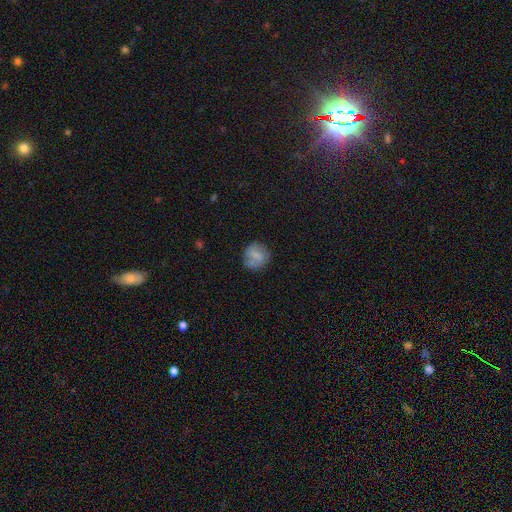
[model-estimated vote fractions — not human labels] Smooth or featured?
  - smooth: 61% *
  - featured or disk: 31%
  - star or artifact: 8%
How rounded?
  - round: 86% *
  - in between: 13%
  - cigar-shaped: 1%
Merging?
  - none: 78% *
  - minor disturbance: 15%
  - major disturbance: 5%
  - merger: 2%